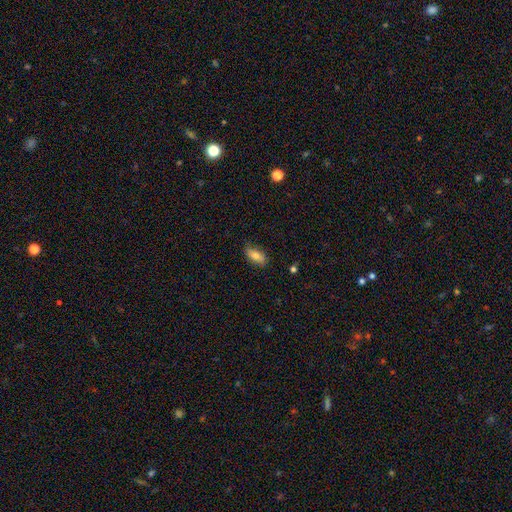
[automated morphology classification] Smooth or featured: smooth — 75% (featured or disk — 18%)
How rounded: in between — 86% (cigar-shaped — 11%)
Merging: none — 74% (minor disturbance — 21%)